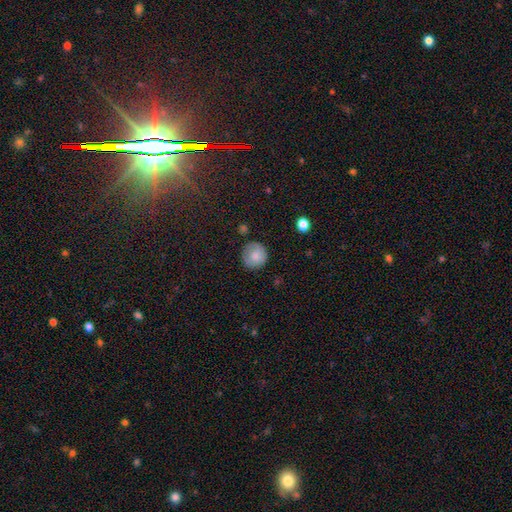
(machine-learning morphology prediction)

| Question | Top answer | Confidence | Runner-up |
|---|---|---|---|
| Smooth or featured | smooth | 80% | featured or disk (12%) |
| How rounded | round | 91% | in between (8%) |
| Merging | none | 76% | minor disturbance (17%) |